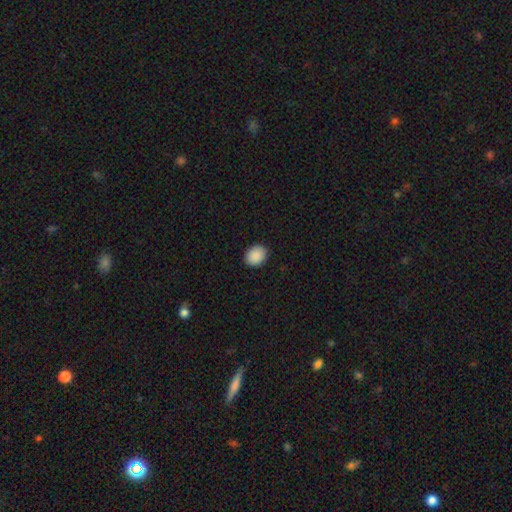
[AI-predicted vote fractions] Smooth or featured: smooth — 90% (star or artifact — 7%)
How rounded: in between — 51% (round — 48%)
Merging: none — 90% (minor disturbance — 7%)